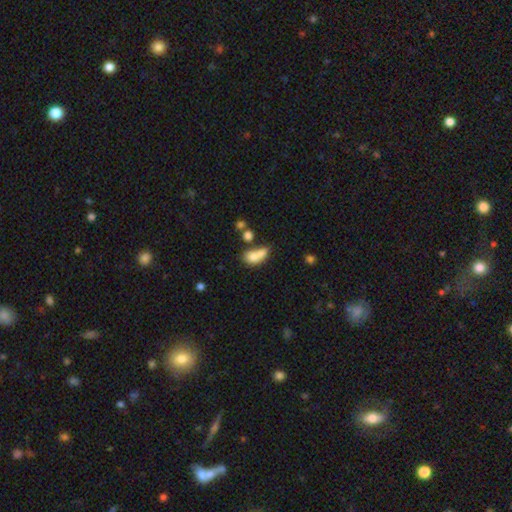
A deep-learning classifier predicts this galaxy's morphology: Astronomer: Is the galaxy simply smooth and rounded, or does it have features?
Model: smooth — 73%.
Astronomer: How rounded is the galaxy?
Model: in between — 72%.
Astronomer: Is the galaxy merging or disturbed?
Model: merger — 55%.